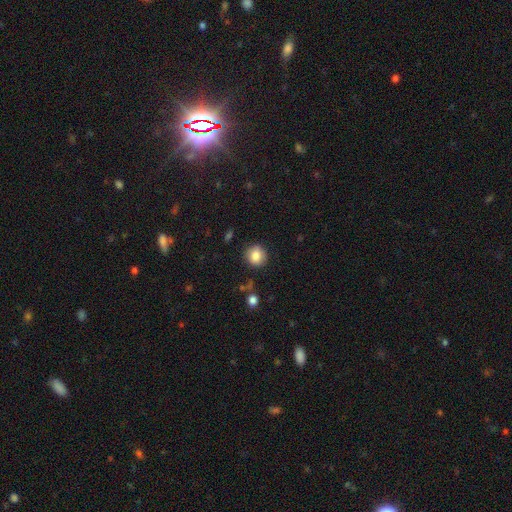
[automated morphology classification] smooth 84%, star or artifact 9%, featured or disk 7%. Down the decision tree: how rounded — round (87%); merging — none (85%).